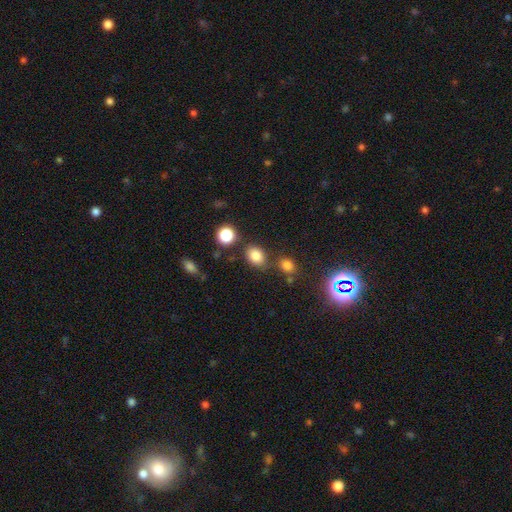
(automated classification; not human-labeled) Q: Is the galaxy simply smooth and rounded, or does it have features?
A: smooth — 82%.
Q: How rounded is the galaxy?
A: in between — 60%.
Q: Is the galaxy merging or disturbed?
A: none — 73%.